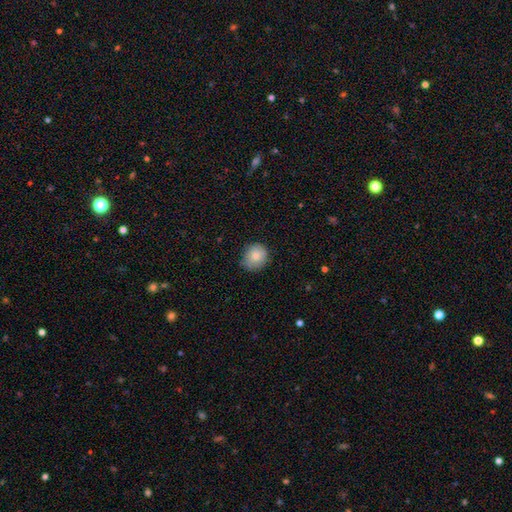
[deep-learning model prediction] This appears to be a smooth galaxy with no disk features (80%) that is round (72%). Merging: none (74%).